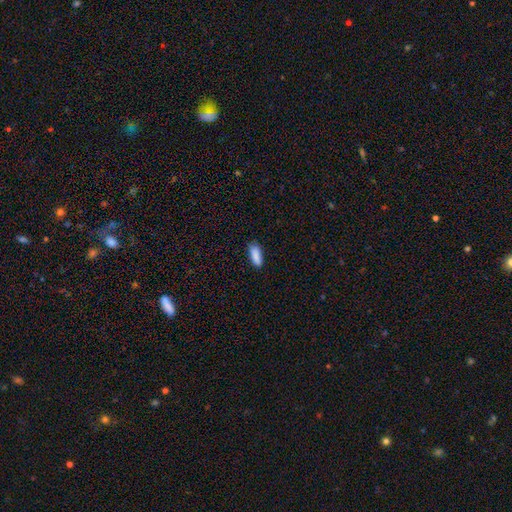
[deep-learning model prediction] Q: Smooth or featured?
A: smooth (88%); runner-up: star or artifact (7%)
Q: How rounded?
A: in between (69%); runner-up: cigar-shaped (29%)
Q: Merging?
A: none (79%); runner-up: minor disturbance (16%)